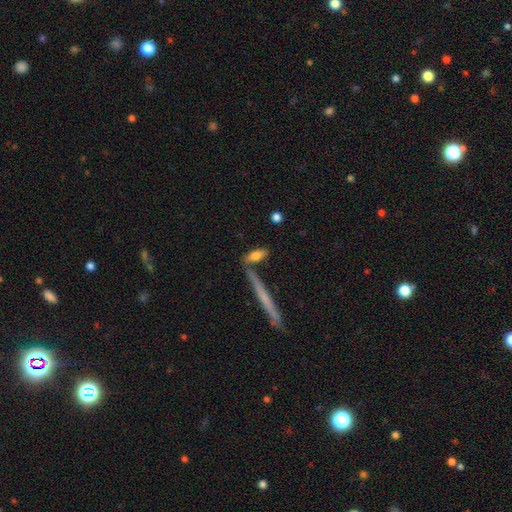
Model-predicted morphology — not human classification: smooth-or-featured: smooth: 73% | featured or disk: 21% | star or artifact: 7%
  how-rounded: in between: 54% | cigar-shaped: 42% | round: 4%
  merging: none: 66% | merger: 15% | minor disturbance: 14% | major disturbance: 5%